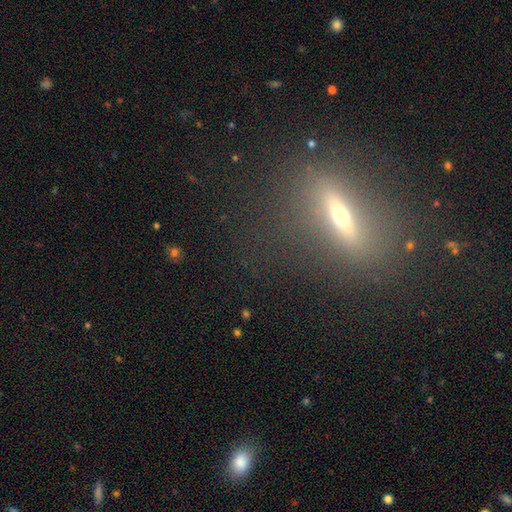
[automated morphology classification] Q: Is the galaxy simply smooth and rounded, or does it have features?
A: featured or disk — 56%.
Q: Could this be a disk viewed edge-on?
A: yes — 70%.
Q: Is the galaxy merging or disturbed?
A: none — 72%.